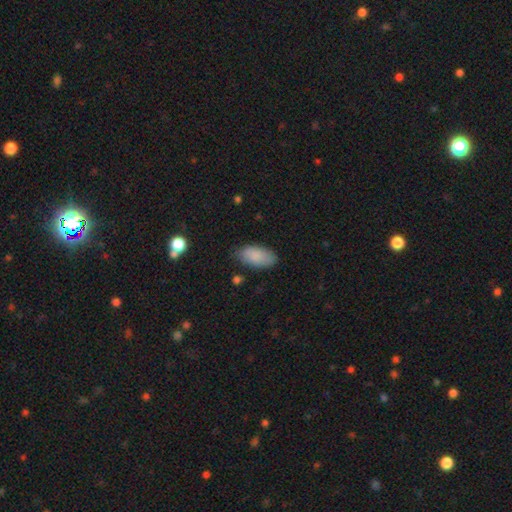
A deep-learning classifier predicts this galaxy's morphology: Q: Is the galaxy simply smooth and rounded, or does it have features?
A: smooth — 86%.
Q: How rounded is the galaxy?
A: in between — 93%.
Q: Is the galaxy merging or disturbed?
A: none — 80%.